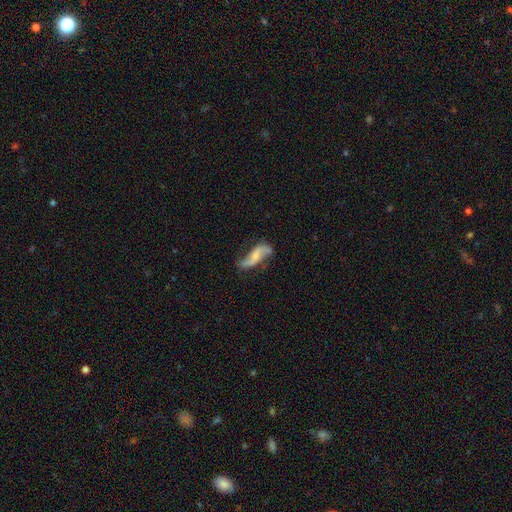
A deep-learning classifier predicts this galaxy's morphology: smooth_or_featured: featured or disk (p=0.71) [alt: smooth p=0.22]
disk_edge_on: no (p=0.92) [alt: yes p=0.08]
bar: no (p=0.46) [alt: weak p=0.36]
has_spiral_arms: yes (p=0.91) [alt: no p=0.09]
spiral_winding: loose (p=0.82) [alt: medium p=0.13]
spiral_arm_count: 2 (p=0.90) [alt: 1 p=0.04]
bulge_size: small (p=0.39) [alt: none p=0.32]
merging: none (p=0.59) [alt: minor disturbance p=0.23]